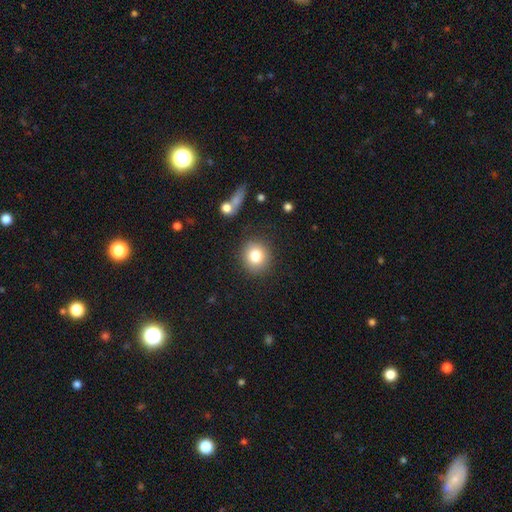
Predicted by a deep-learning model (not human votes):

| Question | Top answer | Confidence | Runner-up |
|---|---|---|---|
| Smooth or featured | smooth | 81% | star or artifact (10%) |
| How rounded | round | 85% | in between (14%) |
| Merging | none | 87% | minor disturbance (8%) |